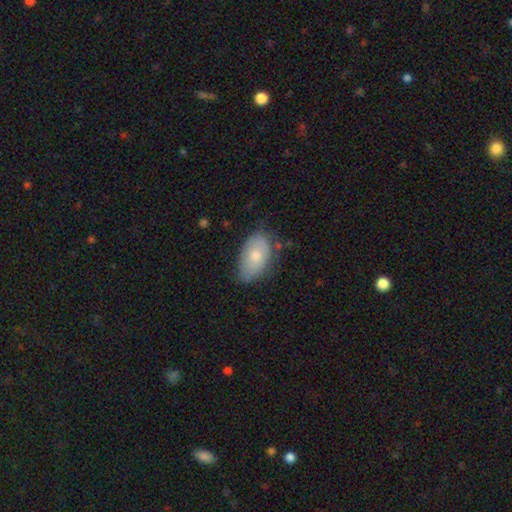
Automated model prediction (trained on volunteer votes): Smooth or featured?
  - smooth: 71% *
  - featured or disk: 22%
  - star or artifact: 6%
How rounded?
  - in between: 93% *
  - round: 6%
  - cigar-shaped: 1%
Merging?
  - none: 65% *
  - minor disturbance: 27%
  - major disturbance: 6%
  - merger: 2%